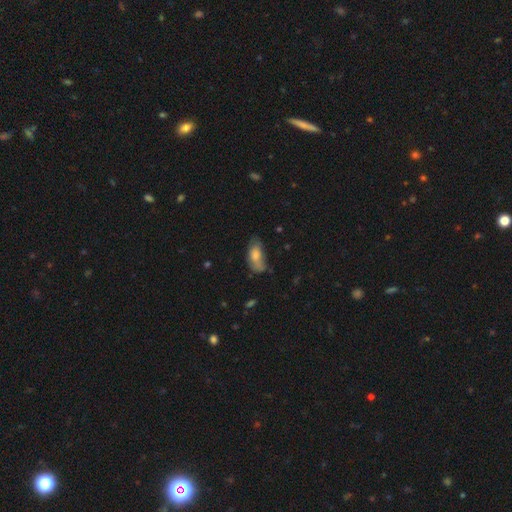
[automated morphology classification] Overall: smooth (72%). How rounded: in between (87%). Merging: none (44%; minor disturbance 36%).